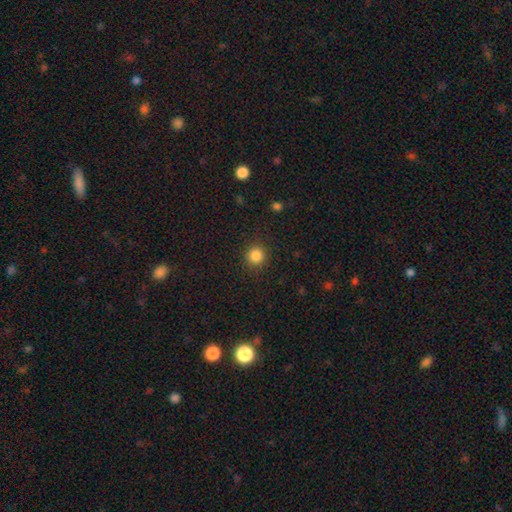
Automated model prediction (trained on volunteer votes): The model was most divided on "smooth or featured": smooth: 85%, star or artifact: 11%, featured or disk: 4%. More confident: how rounded — round (93%); merging — none (90%).